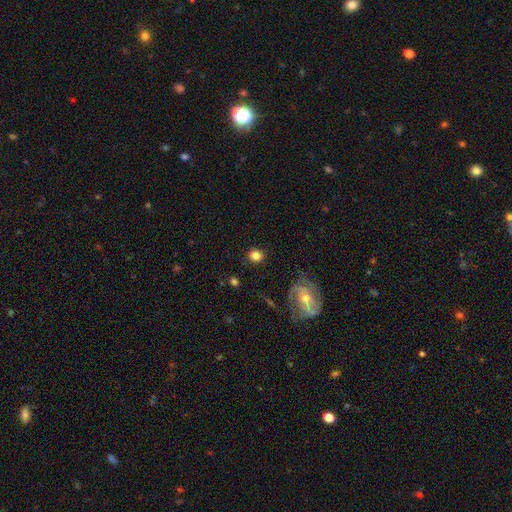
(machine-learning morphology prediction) A smooth galaxy with no disk features (80%) that is round (79%). Merging: none (86%).